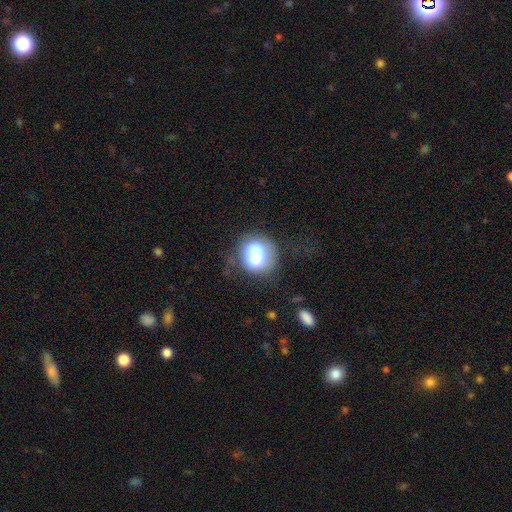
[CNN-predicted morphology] Smooth or featured? Predicted: smooth (p=0.74). How rounded? Predicted: round (p=0.72). Merging? Predicted: none (p=0.58).